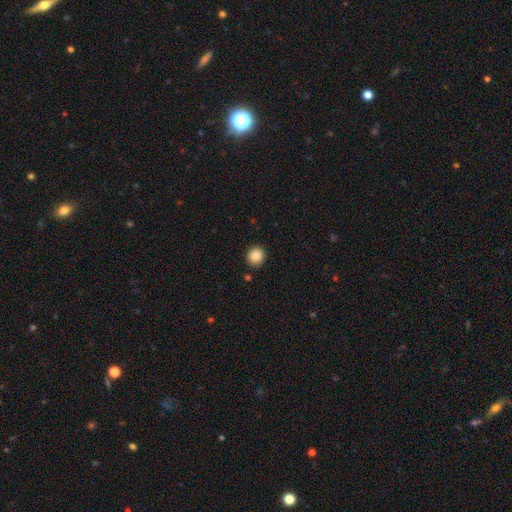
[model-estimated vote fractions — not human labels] Smooth or featured: smooth — 87% (star or artifact — 9%)
How rounded: round — 90% (in between — 9%)
Merging: none — 89% (minor disturbance — 7%)